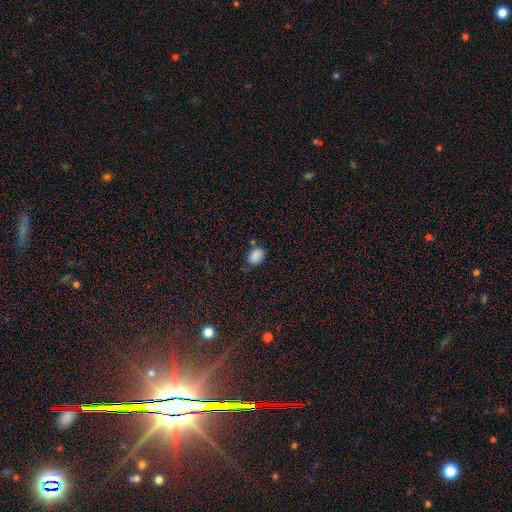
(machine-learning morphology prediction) This is clearly a smooth galaxy (85%). How rounded: likely in between (79%). Merging: likely none (60%).